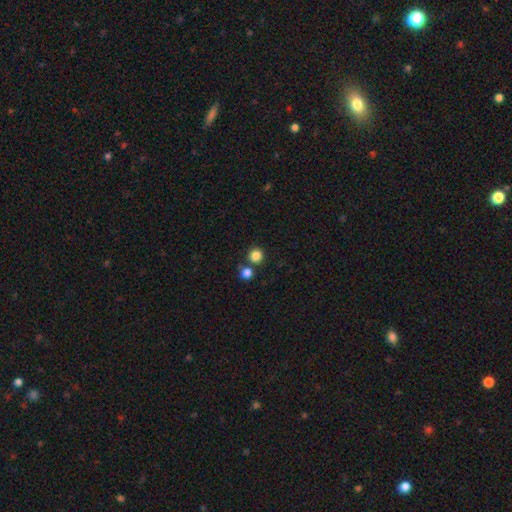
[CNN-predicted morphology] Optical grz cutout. It shows a smooth galaxy with no disk features (84%) that is round (93%). Merging: none (76%).